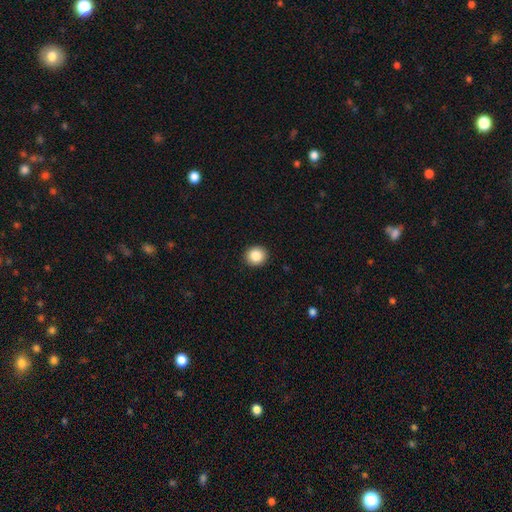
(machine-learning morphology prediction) This appears to be a smooth galaxy with no disk features (87%) that is round (87%). Merging: none (92%).